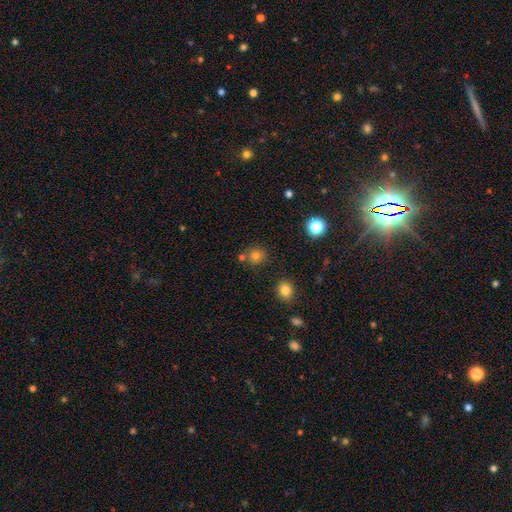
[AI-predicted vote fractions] smooth_or_featured: smooth (p=0.77) [alt: star or artifact p=0.16]
how_rounded: round (p=0.86) [alt: in between p=0.13]
merging: none (p=0.75) [alt: merger p=0.13]